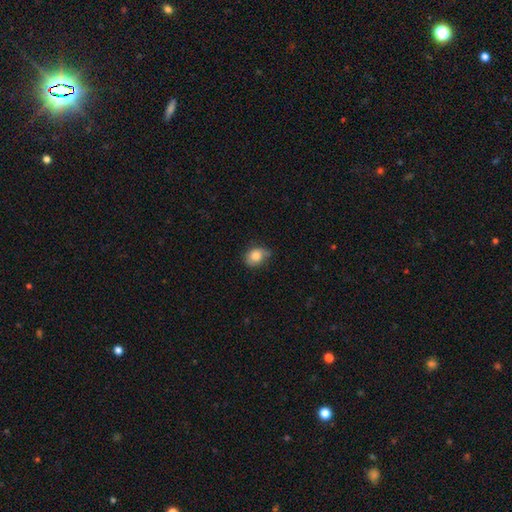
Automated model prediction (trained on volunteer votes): Smooth or featured? Predicted: smooth (p=0.80). How rounded? Predicted: in between (p=0.55). Merging? Predicted: none (p=0.52).